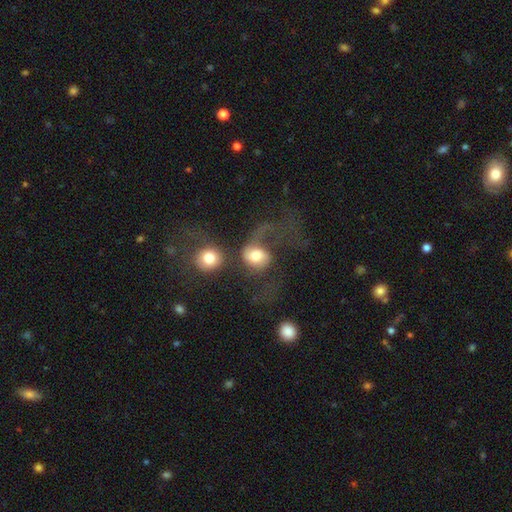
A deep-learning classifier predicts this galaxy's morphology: Smooth or featured: smooth — 54% (featured or disk — 37%)
How rounded: round — 64% (in between — 34%)
Merging: major disturbance — 39% (merger — 34%)